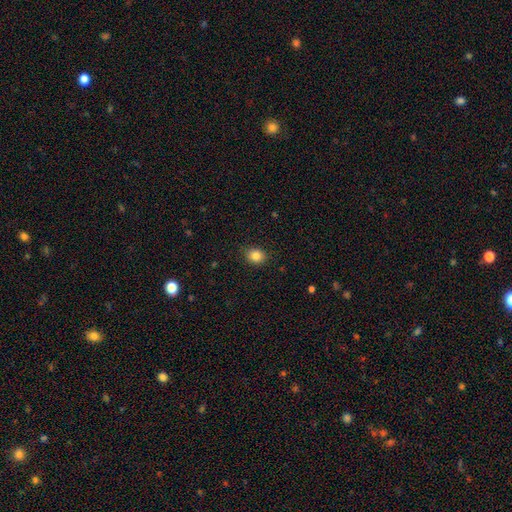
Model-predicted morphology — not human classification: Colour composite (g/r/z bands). It shows a smooth galaxy with no disk features (85%) that is round (62%). Merging: none (88%).